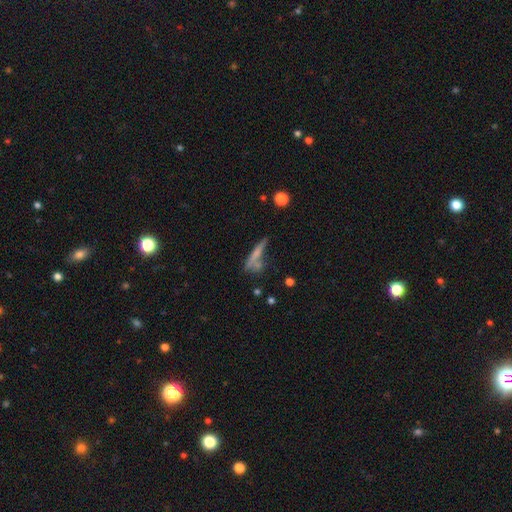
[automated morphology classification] The model was most divided on "smooth or featured": smooth: 55%, featured or disk: 34%, star or artifact: 11%. More confident: how rounded — cigar-shaped (86%); merging — none (53%).